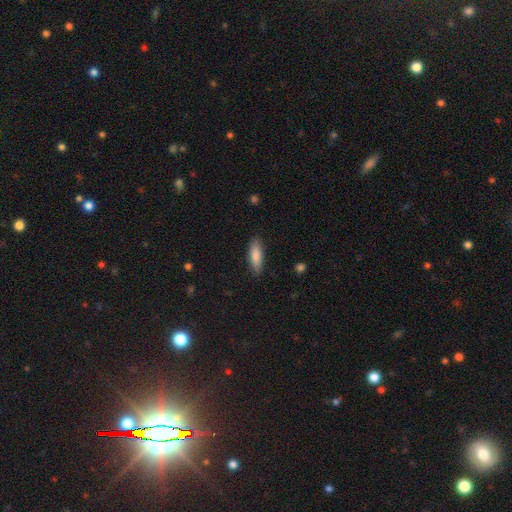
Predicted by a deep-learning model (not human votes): A smooth galaxy with no disk features (85%) that is in between round and cigar-shaped (52%). Merging: none (87%).